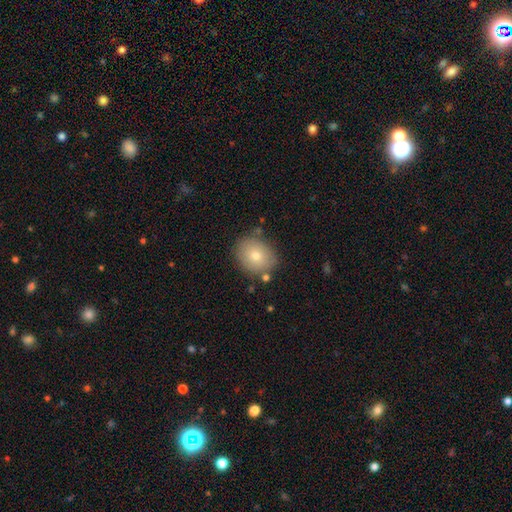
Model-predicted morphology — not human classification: smooth_or_featured: smooth (p=0.75) [alt: featured or disk p=0.16]
how_rounded: round (p=0.54) [alt: in between p=0.45]
merging: none (p=0.78) [alt: minor disturbance p=0.14]